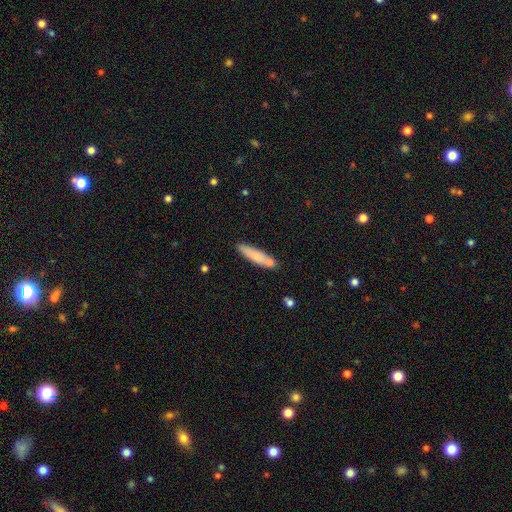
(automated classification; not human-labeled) smooth 75%, featured or disk 18%, star or artifact 6%. Down the decision tree: how rounded — cigar-shaped (82%); merging — none (73%).